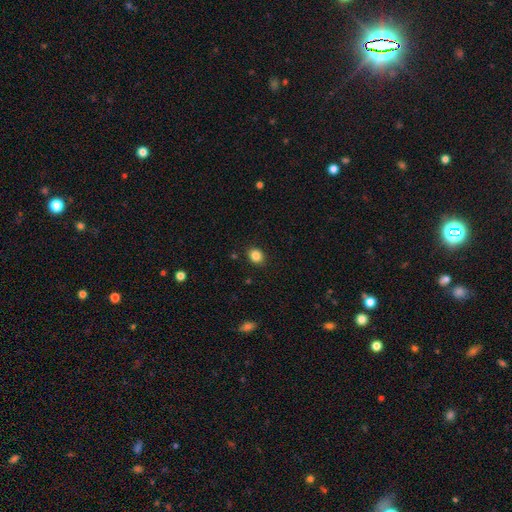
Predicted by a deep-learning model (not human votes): smooth_or_featured: smooth (p=0.85) [alt: star or artifact p=0.10]
how_rounded: round (p=0.57) [alt: in between p=0.43]
merging: none (p=0.89) [alt: minor disturbance p=0.08]